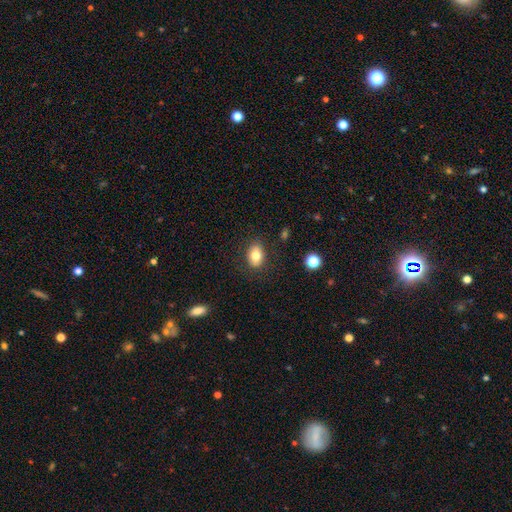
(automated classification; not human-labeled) smooth_or_featured: smooth (p=0.79) [alt: featured or disk p=0.12]
how_rounded: in between (p=0.83) [alt: round p=0.16]
merging: none (p=0.84) [alt: minor disturbance p=0.11]